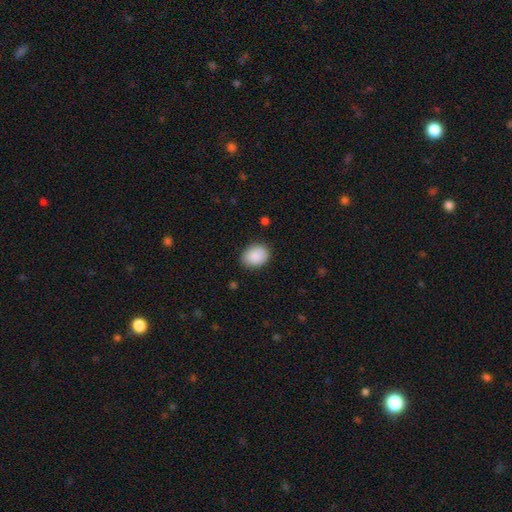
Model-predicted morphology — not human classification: Q: Smooth or featured?
A: smooth (89%); runner-up: star or artifact (7%)
Q: How rounded?
A: in between (65%); runner-up: round (34%)
Q: Merging?
A: none (84%); runner-up: minor disturbance (12%)